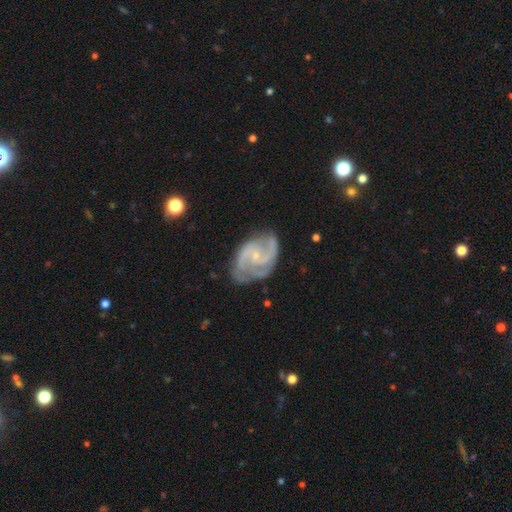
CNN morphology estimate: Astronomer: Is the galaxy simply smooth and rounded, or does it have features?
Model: featured or disk — 89%.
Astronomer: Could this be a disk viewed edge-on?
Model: no — 98%.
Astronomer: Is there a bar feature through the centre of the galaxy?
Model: no — 53% (runner-up: weak, 37%).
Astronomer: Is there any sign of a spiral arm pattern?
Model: yes — 97%.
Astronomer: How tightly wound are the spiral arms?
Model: medium — 54% (runner-up: tight, 31%).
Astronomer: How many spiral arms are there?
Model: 2 — 71%.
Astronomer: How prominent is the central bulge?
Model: small — 79%.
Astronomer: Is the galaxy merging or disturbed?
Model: none — 67%.